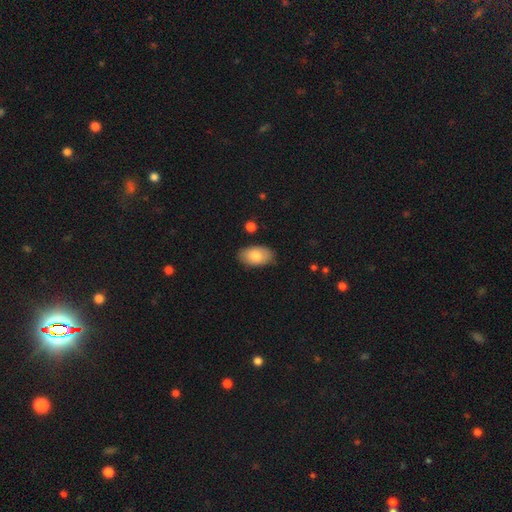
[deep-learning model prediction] The model was most divided on "merging": none: 82%, minor disturbance: 13%, major disturbance: 3%, merger: 2%. More confident: how rounded — in between (94%); smooth or featured — smooth (82%).